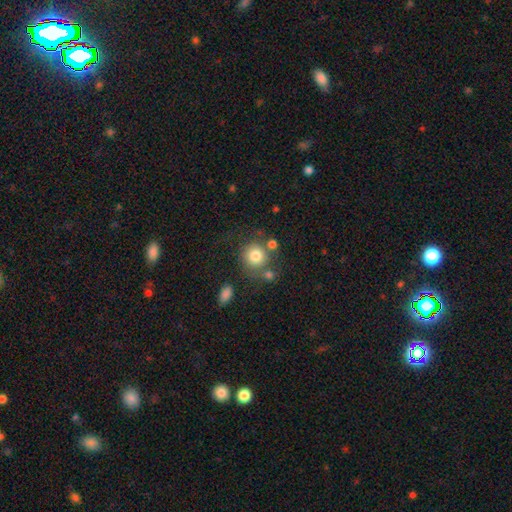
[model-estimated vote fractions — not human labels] Overall: smooth (80%). How rounded: round (89%). Merging: none (65%).